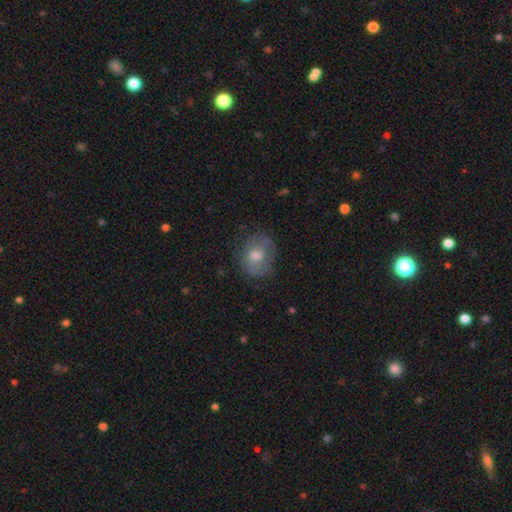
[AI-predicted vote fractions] smooth-or-featured: smooth: 53% | featured or disk: 36% | star or artifact: 11%
  how-rounded: round: 54% | in between: 45% | cigar-shaped: 1%
  merging: none: 66% | minor disturbance: 22% | major disturbance: 10% | merger: 2%